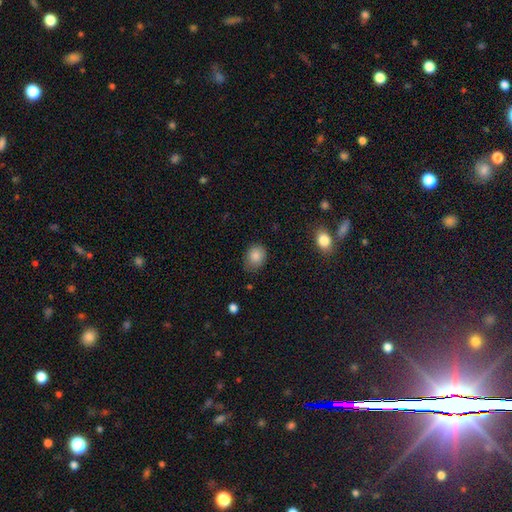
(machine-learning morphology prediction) The model was most divided on "how rounded": in between: 51%, round: 48%, cigar-shaped: 1%. More confident: smooth or featured — smooth (85%); merging — none (70%).